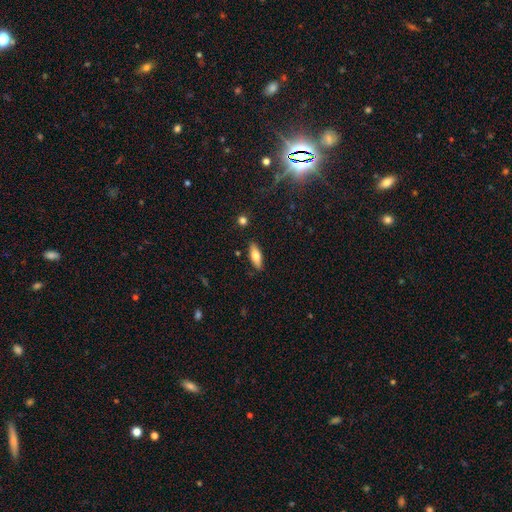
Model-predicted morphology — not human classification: This appears to be a smooth galaxy with no disk features (73%) that is in between round and cigar-shaped (67%). Merging: none (86%).